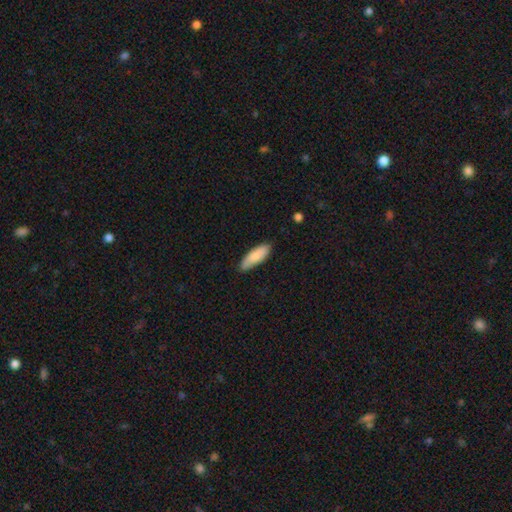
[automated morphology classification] This is clearly a smooth galaxy (84%). How rounded: likely in between (64%). Merging: likely none (78%).